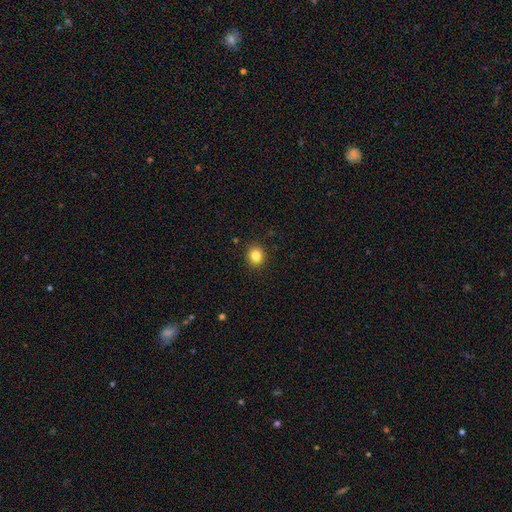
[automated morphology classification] type=smooth (84%); roundness=round (79%); merging=none (91%).